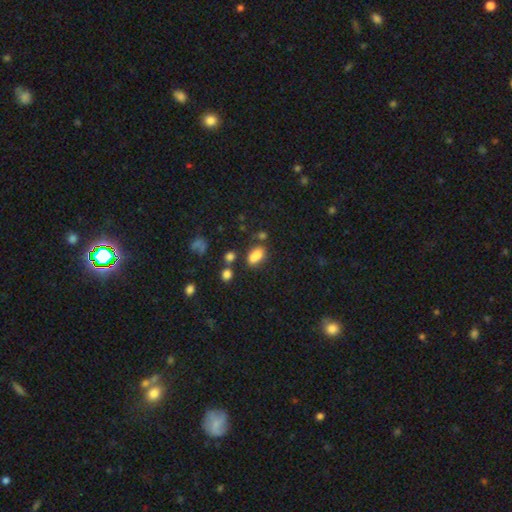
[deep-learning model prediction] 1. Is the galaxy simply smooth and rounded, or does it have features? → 79% smooth, 13% star or artifact, 9% featured or disk.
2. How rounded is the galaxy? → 83% in between, 13% round, 4% cigar-shaped.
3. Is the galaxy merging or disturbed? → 52% none, 25% merger, 17% minor disturbance, 6% major disturbance.